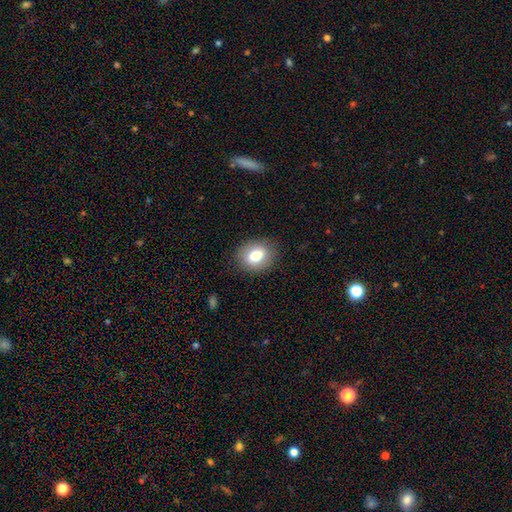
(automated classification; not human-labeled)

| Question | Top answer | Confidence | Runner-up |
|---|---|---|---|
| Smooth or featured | smooth | 77% | featured or disk (14%) |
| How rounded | in between | 60% | round (39%) |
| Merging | none | 85% | minor disturbance (10%) |